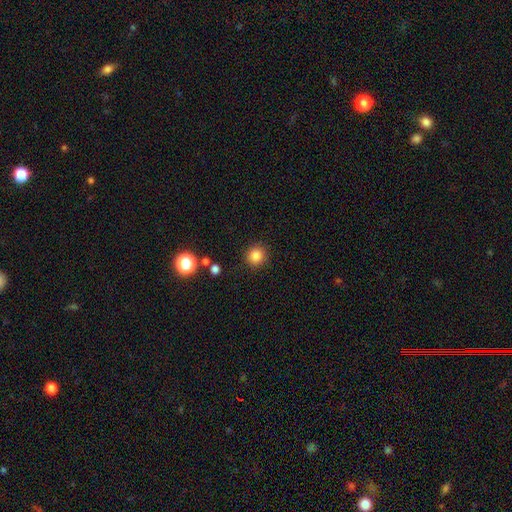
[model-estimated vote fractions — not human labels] This appears to be a smooth galaxy with no disk features (85%) that is round (90%). Merging: none (89%).